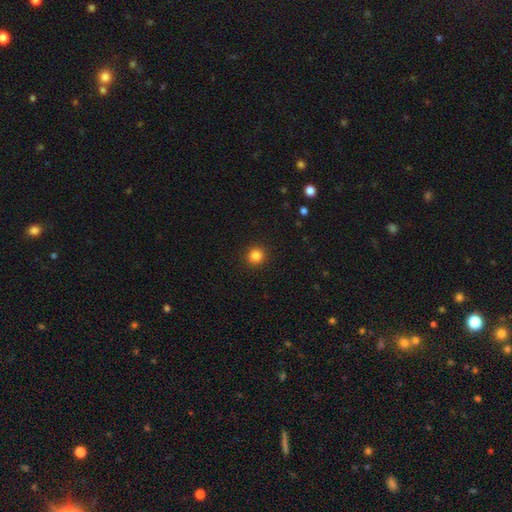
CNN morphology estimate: Smooth or featured?
  - smooth: 84% *
  - star or artifact: 12%
  - featured or disk: 4%
How rounded?
  - round: 93% *
  - in between: 6%
  - cigar-shaped: 1%
Merging?
  - none: 92% *
  - minor disturbance: 5%
  - major disturbance: 2%
  - merger: 1%